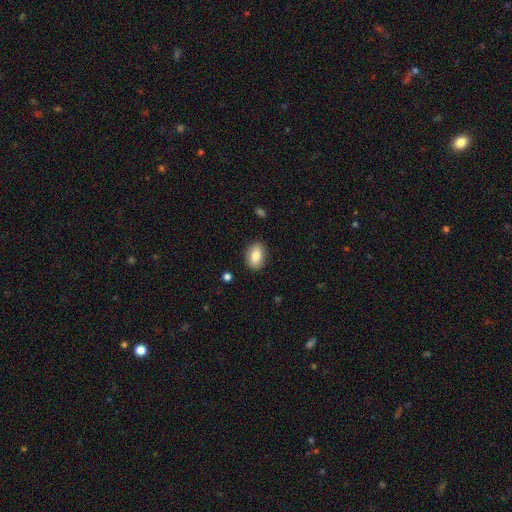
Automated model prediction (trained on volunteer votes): smooth-or-featured: smooth: 85% | featured or disk: 8% | star or artifact: 7%
  how-rounded: in between: 87% | round: 12% | cigar-shaped: 2%
  merging: none: 87% | minor disturbance: 9% | major disturbance: 2% | merger: 1%